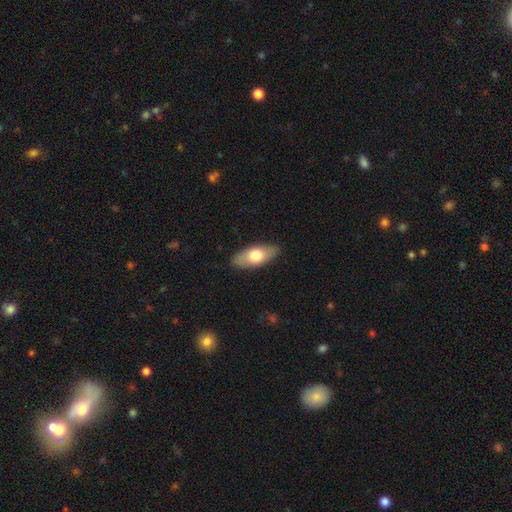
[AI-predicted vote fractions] Q: Smooth or featured?
A: smooth (65%); runner-up: featured or disk (29%)
Q: How rounded?
A: in between (81%); runner-up: cigar-shaped (15%)
Q: Merging?
A: none (87%); runner-up: minor disturbance (10%)